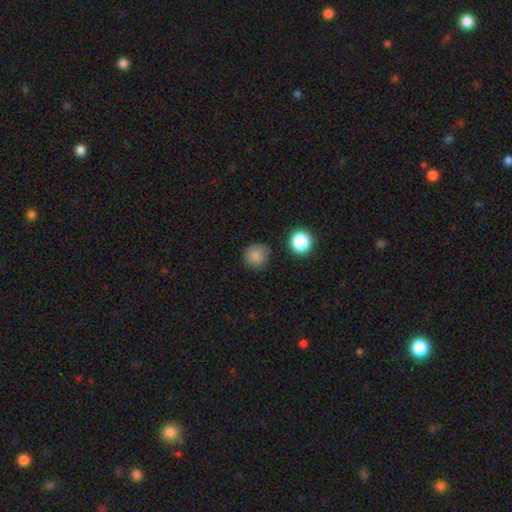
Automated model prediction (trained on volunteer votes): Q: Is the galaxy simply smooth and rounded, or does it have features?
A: smooth — 82%.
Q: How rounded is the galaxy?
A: round — 93%.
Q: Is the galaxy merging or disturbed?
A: none — 81%.